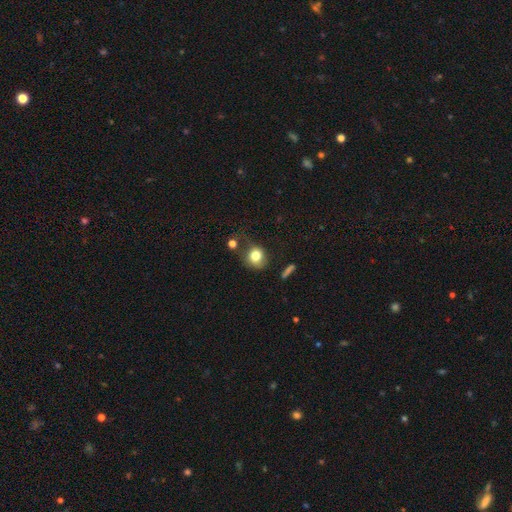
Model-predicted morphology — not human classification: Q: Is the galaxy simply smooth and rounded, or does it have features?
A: smooth — 78%.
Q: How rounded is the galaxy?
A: round — 74%.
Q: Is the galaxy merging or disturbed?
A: none — 54%.